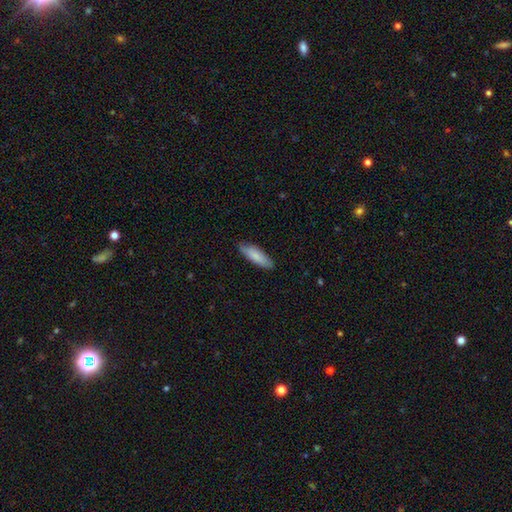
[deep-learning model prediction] smooth-or-featured: smooth: 84% | featured or disk: 11% | star or artifact: 5%
  how-rounded: cigar-shaped: 53% | in between: 46% | round: 1%
  merging: none: 83% | minor disturbance: 14% | major disturbance: 2% | merger: 1%